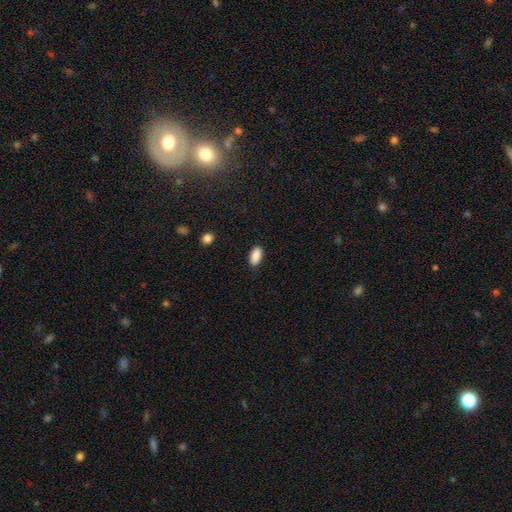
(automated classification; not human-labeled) A smooth galaxy with no disk features (89%) that is in between round and cigar-shaped (91%). Merging: none (87%).